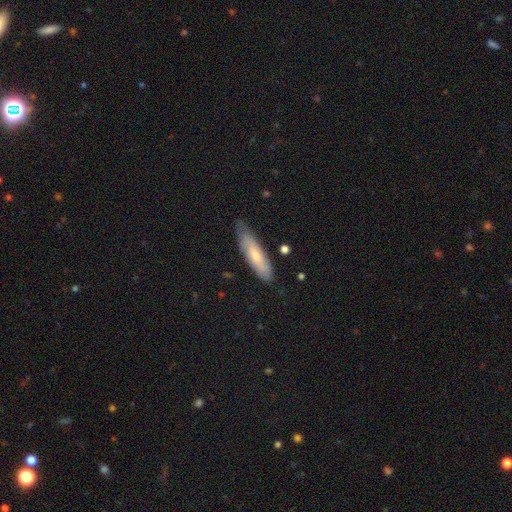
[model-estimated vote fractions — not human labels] smooth-or-featured: smooth: 65% | featured or disk: 29% | star or artifact: 6%
  how-rounded: cigar-shaped: 64% | in between: 34% | round: 1%
  merging: none: 67% | minor disturbance: 27% | major disturbance: 5% | merger: 2%